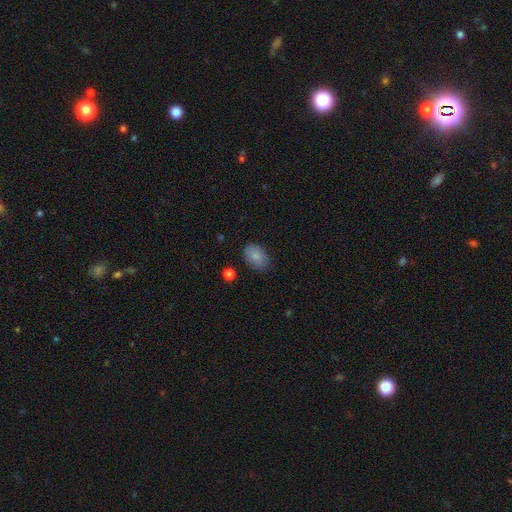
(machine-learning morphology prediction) A smooth galaxy with no disk features (84%) that is in between round and cigar-shaped (83%).

Vote fractions:
- Smooth or featured? smooth: 84% / star or artifact: 8% / featured or disk: 8%
- How rounded? in between: 83% / round: 16% / cigar-shaped: 1%
- Merging? none: 79% / minor disturbance: 16% / major disturbance: 4% / merger: 2%